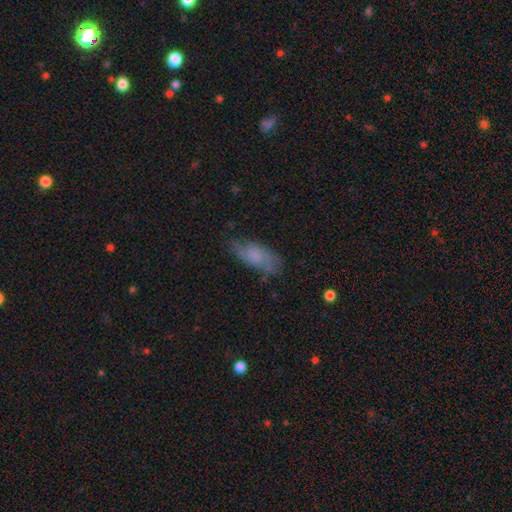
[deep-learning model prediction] smooth-or-featured: smooth: 46% | featured or disk: 44% | star or artifact: 9%
  merging: none: 63% | minor disturbance: 24% | major disturbance: 10% | merger: 2%